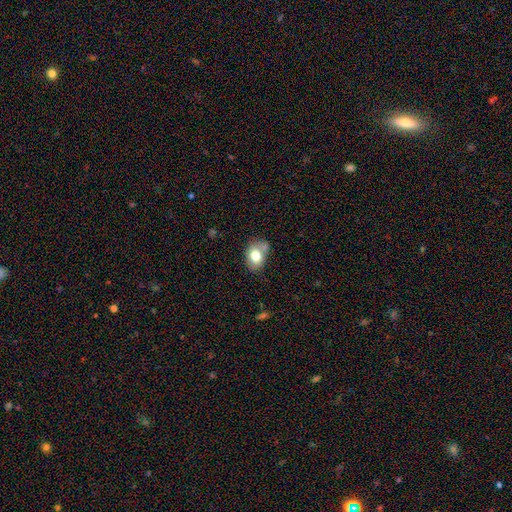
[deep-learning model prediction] smooth 76%, featured or disk 15%, star or artifact 9%. Down the decision tree: how rounded — in between (70%); merging — none (57%).